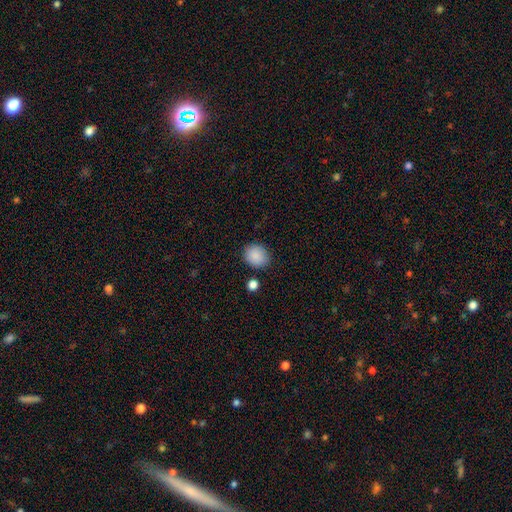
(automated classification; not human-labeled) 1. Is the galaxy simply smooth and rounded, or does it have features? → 88% smooth, 8% star or artifact, 4% featured or disk.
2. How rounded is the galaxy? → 72% round, 27% in between, 1% cigar-shaped.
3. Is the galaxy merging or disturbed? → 85% none, 9% minor disturbance, 3% merger, 3% major disturbance.